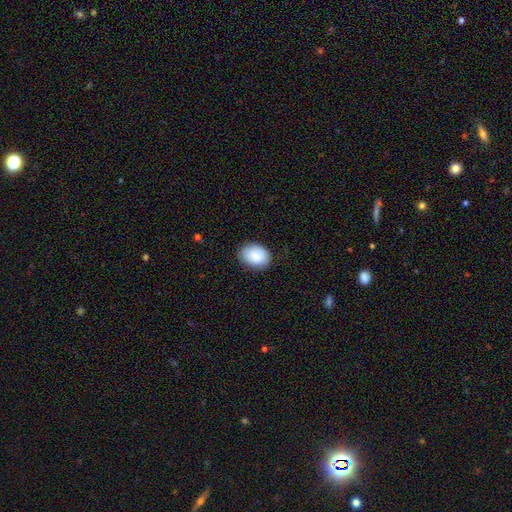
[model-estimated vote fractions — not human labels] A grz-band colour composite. It shows a smooth galaxy with no disk features (87%) that is in between round and cigar-shaped (77%). Merging: none (83%).